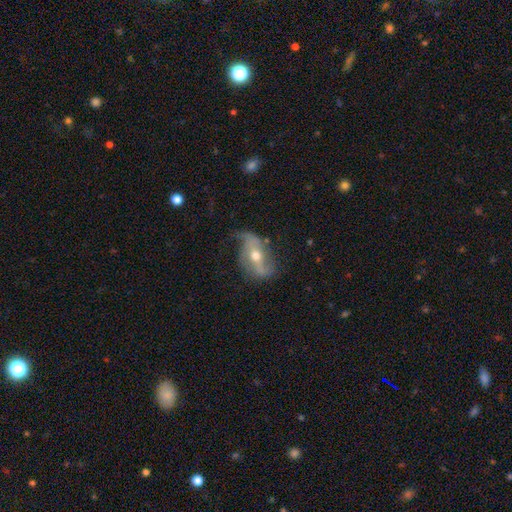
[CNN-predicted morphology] Smooth or featured: featured or disk — 77% (smooth — 16%)
Edge-on disk: no — 90% (yes — 10%)
Bar: strong — 36% (no — 33%)
Spiral arms: yes — 85% (no — 15%)
Spiral winding: loose — 72% (medium — 20%)
Spiral arm count: 2 — 83% (1 — 7%)
Bulge size: moderate — 65% (small — 30%)
Merging: none — 53% (minor disturbance — 28%)